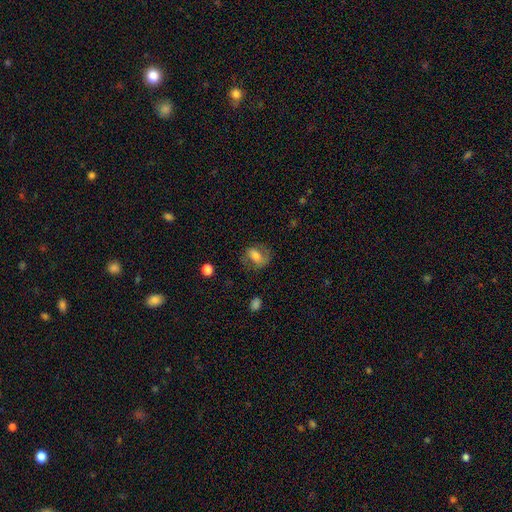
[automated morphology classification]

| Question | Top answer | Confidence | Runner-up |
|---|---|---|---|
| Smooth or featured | smooth | 56% | featured or disk (34%) |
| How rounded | in between | 68% | round (30%) |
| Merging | none | 56% | minor disturbance (23%) |